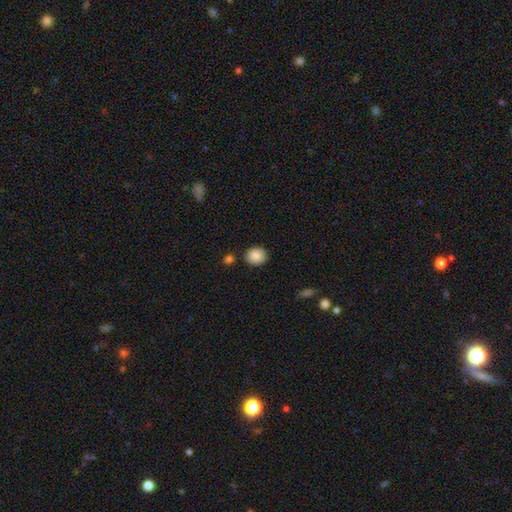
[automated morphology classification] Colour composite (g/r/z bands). It shows a smooth galaxy with no disk features (89%) that is round (74%). Merging: none (84%).